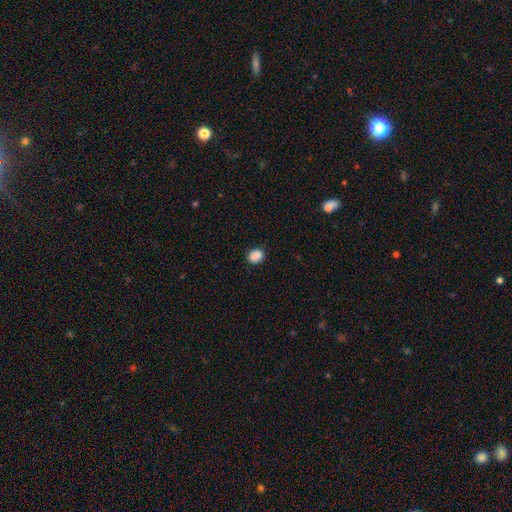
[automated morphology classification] smooth 89%, star or artifact 9%, featured or disk 2%. Down the decision tree: how rounded — in between (51%); merging — none (87%).